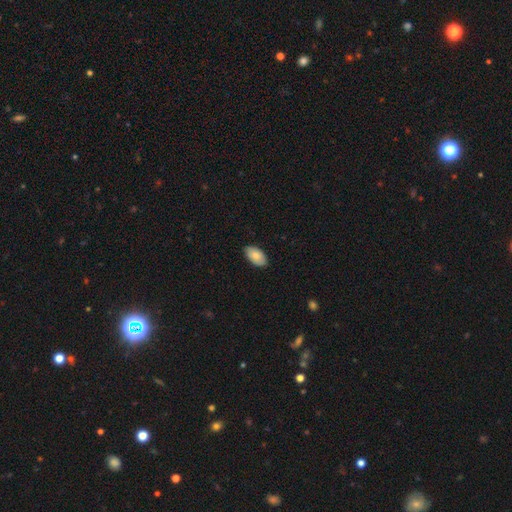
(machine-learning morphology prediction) This is clearly a smooth galaxy (82%). How rounded: clearly in between (95%). Merging: clearly none (86%).